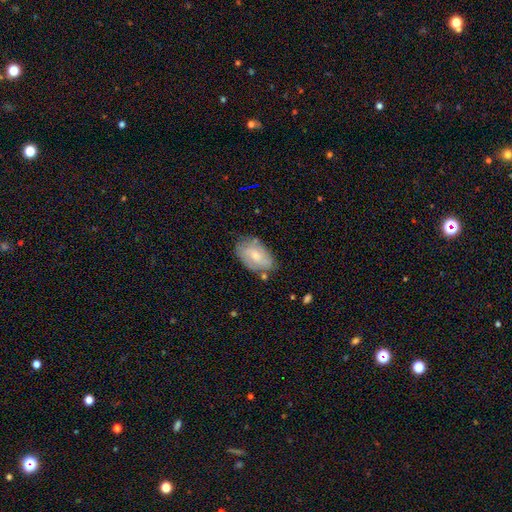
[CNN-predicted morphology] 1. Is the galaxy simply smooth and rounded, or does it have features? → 48% smooth, 45% featured or disk, 7% star or artifact.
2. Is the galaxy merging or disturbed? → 65% none, 24% minor disturbance, 6% major disturbance, 5% merger.